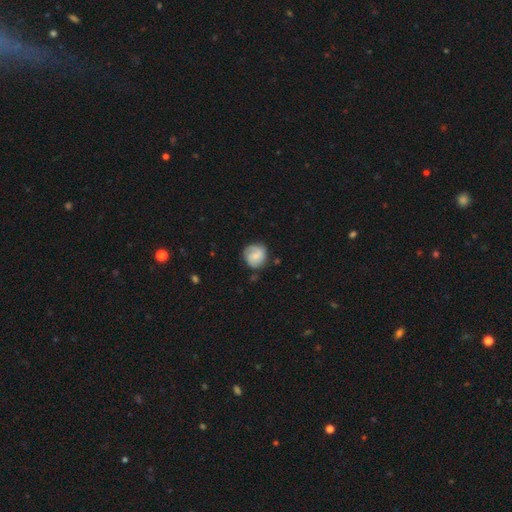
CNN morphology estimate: The model was most divided on "smooth or featured": smooth: 54%, featured or disk: 39%, star or artifact: 7%. More confident: how rounded — round (86%); merging — none (71%).